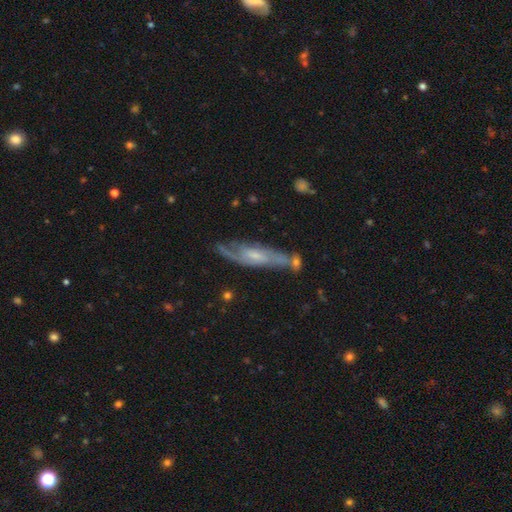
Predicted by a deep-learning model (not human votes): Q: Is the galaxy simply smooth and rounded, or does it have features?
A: featured or disk — 74%.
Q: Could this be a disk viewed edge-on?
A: no — 67%.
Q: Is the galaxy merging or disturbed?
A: none — 61%.